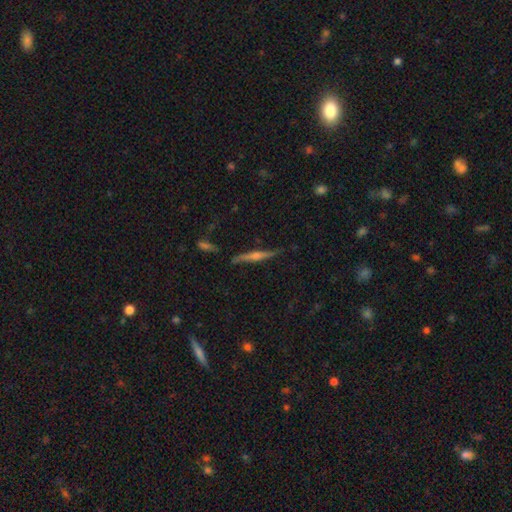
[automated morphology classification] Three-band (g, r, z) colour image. It shows a featured or disk galaxy (68%) viewed edge-on (97%) with a rounded central bulge (74%). Merging: none (83%).